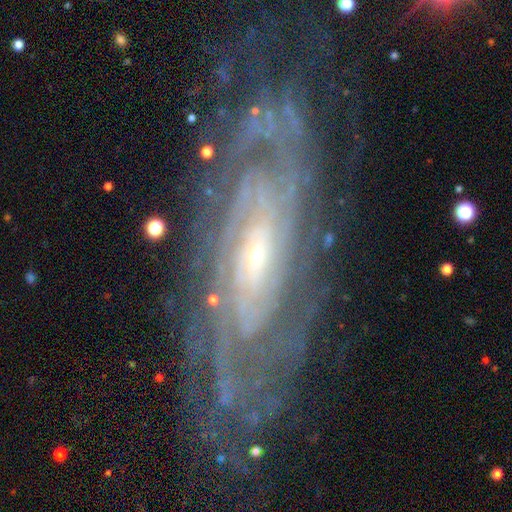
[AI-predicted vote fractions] Smooth or featured: featured or disk — 89% (star or artifact — 6%)
Edge-on disk: no — 89% (yes — 11%)
Bar: no — 56% (weak — 29%)
Spiral arms: yes — 97% (no — 3%)
Spiral winding: tight — 76% (medium — 19%)
Spiral arm count: can't tell — 35% (2 — 16%)
Bulge size: small — 74% (moderate — 21%)
Merging: none — 75% (minor disturbance — 16%)